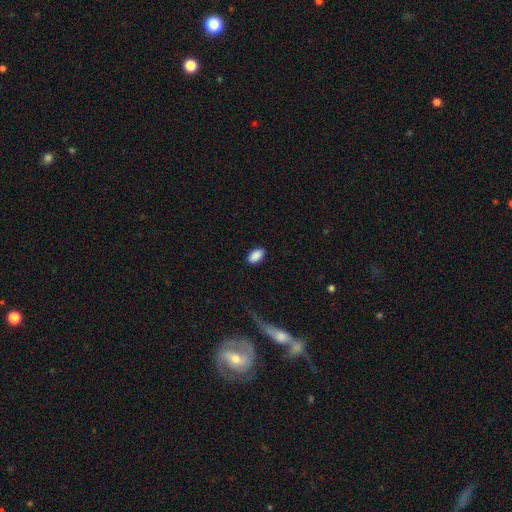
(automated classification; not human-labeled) Smooth or featured: smooth — 90% (star or artifact — 7%)
How rounded: in between — 93% (round — 5%)
Merging: none — 88% (minor disturbance — 9%)